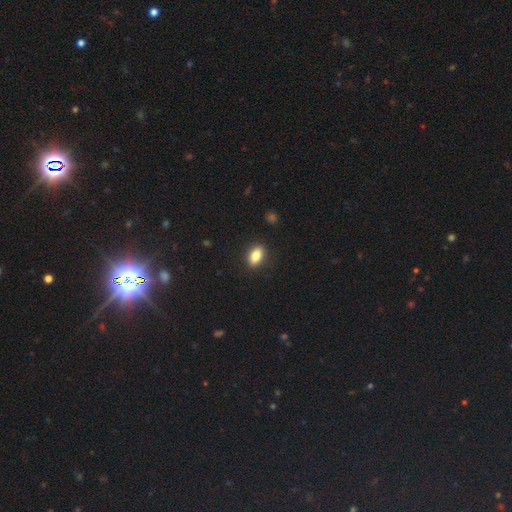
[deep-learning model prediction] This appears to be a smooth galaxy with no disk features (83%) that is in between round and cigar-shaped (87%). Merging: none (89%).